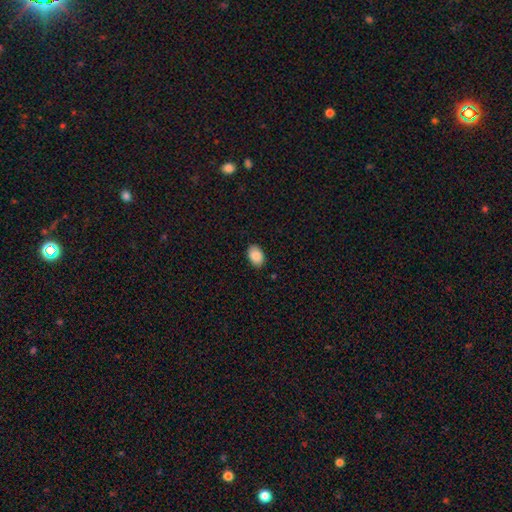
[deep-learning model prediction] Q: Smooth or featured?
A: smooth (90%); runner-up: star or artifact (7%)
Q: How rounded?
A: in between (85%); runner-up: round (14%)
Q: Merging?
A: none (88%); runner-up: minor disturbance (9%)